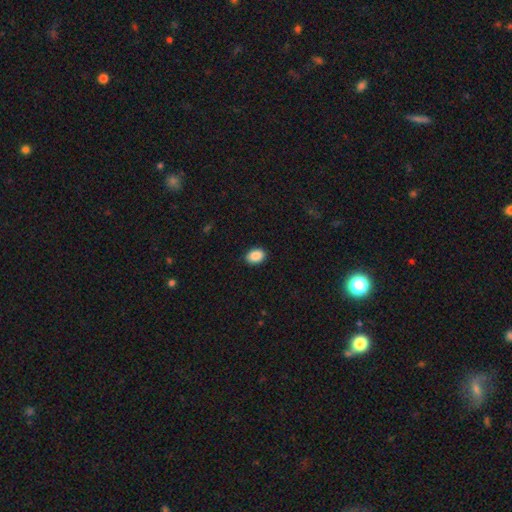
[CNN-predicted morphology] This appears to be a smooth galaxy with no disk features (90%) that is in between round and cigar-shaped (74%). Merging: none (90%).